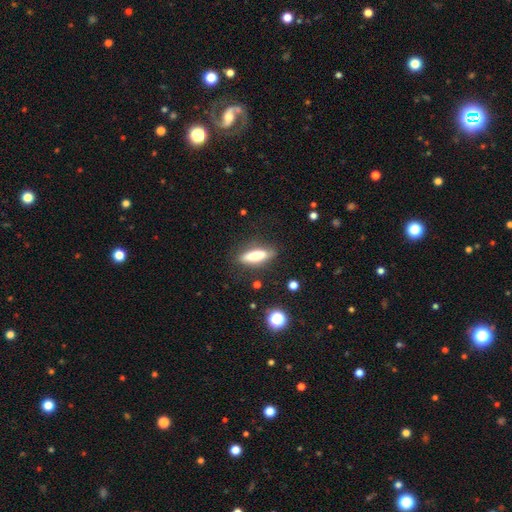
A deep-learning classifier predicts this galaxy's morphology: smooth 74%, featured or disk 18%, star or artifact 8%. Down the decision tree: how rounded — cigar-shaped (56%); merging — none (81%).